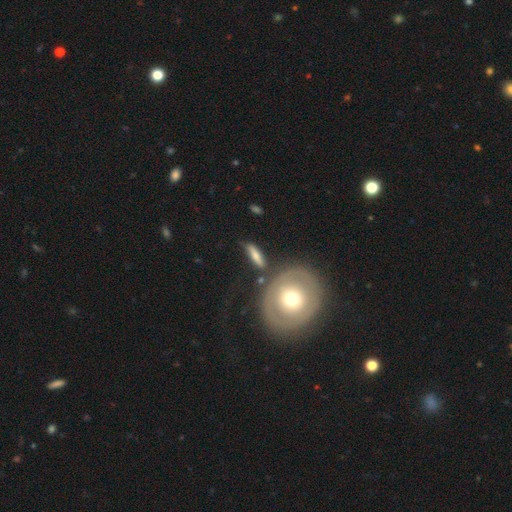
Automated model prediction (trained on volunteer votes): A smooth galaxy with no disk features (64%) that is cigar-shaped (61%). Merging: none (71%).